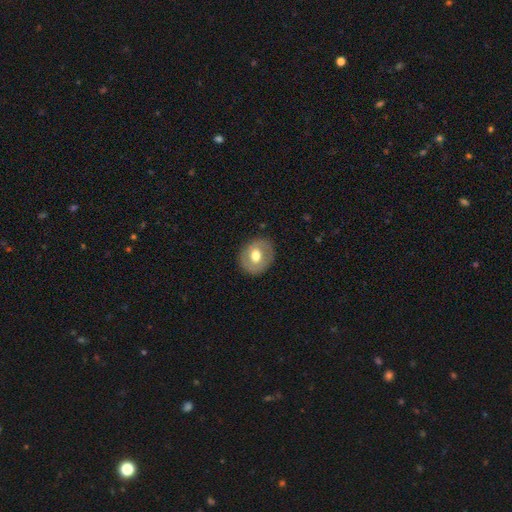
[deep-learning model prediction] smooth 53%, featured or disk 40%, star or artifact 7%. Down the decision tree: how rounded — round (70%); merging — none (84%).